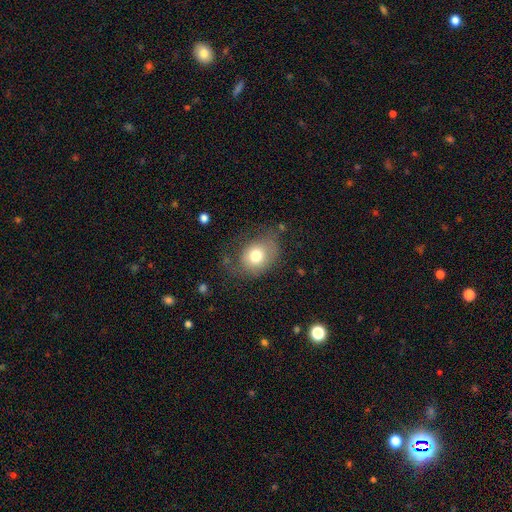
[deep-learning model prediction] Smooth or featured?
  - smooth: 73% *
  - featured or disk: 17%
  - star or artifact: 10%
How rounded?
  - in between: 57% *
  - round: 42%
  - cigar-shaped: 1%
Merging?
  - none: 56% *
  - minor disturbance: 26%
  - major disturbance: 15%
  - merger: 2%